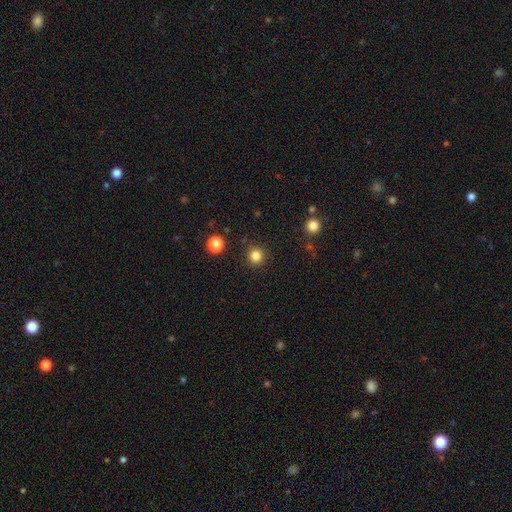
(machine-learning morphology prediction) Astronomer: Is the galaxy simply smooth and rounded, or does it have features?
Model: smooth — 83%.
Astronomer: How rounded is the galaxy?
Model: round — 93%.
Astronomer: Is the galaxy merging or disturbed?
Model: none — 89%.